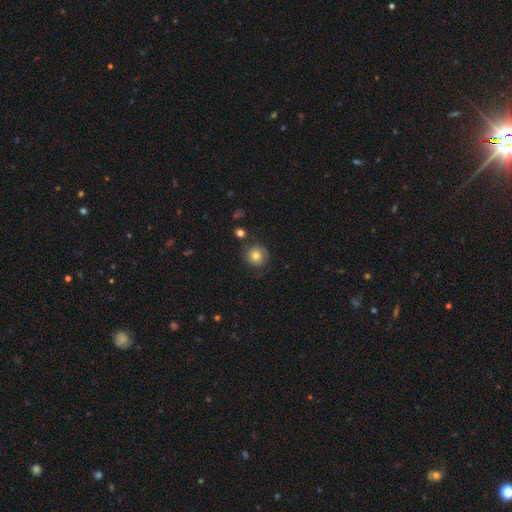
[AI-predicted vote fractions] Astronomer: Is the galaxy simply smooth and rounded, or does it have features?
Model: smooth — 76%.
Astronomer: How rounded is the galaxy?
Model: round — 92%.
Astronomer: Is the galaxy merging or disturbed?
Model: none — 77%.